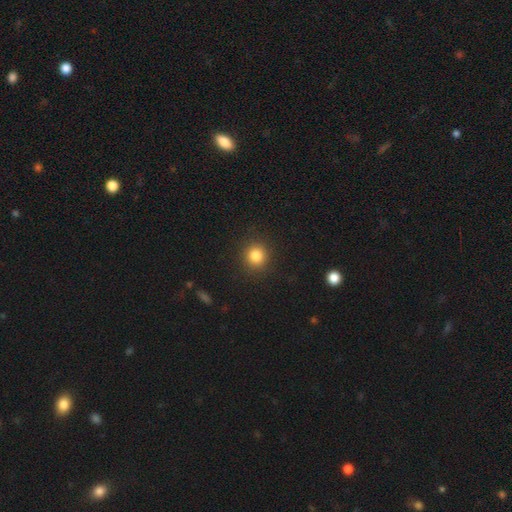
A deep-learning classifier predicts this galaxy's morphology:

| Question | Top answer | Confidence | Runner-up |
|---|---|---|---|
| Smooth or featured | smooth | 84% | star or artifact (11%) |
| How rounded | round | 90% | in between (9%) |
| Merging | none | 90% | minor disturbance (6%) |